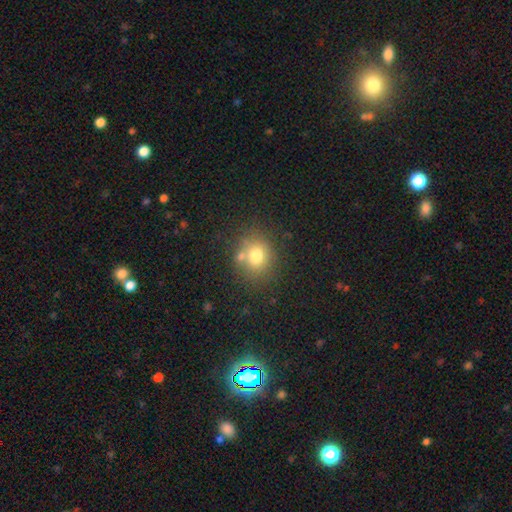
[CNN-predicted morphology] This appears to be a smooth galaxy with no disk features (73%) that is round (78%). Merging: none (65%).